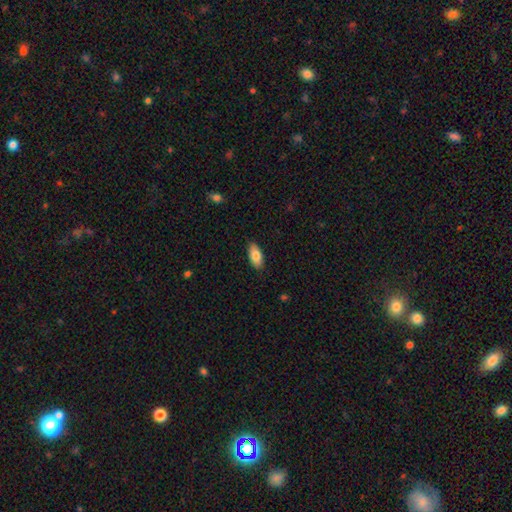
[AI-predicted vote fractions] The model was most divided on "smooth or featured": smooth: 82%, featured or disk: 11%, star or artifact: 6%. More confident: how rounded — in between (90%); merging — none (88%).